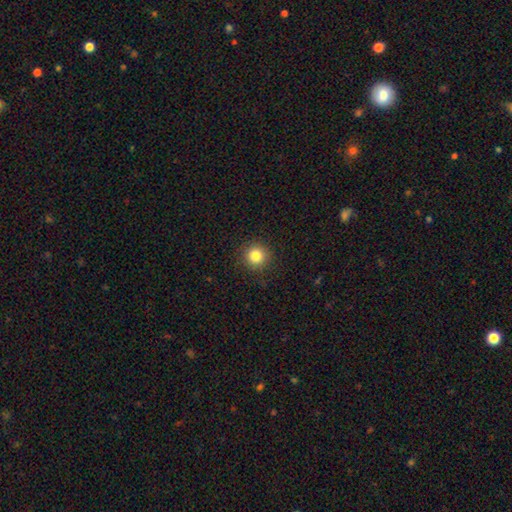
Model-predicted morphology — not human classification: Smooth or featured?
  - smooth: 83% *
  - star or artifact: 12%
  - featured or disk: 5%
How rounded?
  - round: 94% *
  - in between: 5%
  - cigar-shaped: 1%
Merging?
  - none: 90% *
  - minor disturbance: 7%
  - major disturbance: 2%
  - merger: 1%